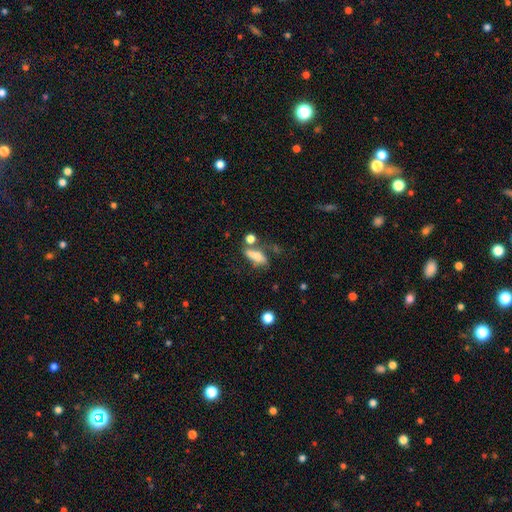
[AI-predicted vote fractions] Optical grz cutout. It shows a smooth galaxy with no disk features (66%) that is in between round and cigar-shaped (59%). Merging: none (37%).